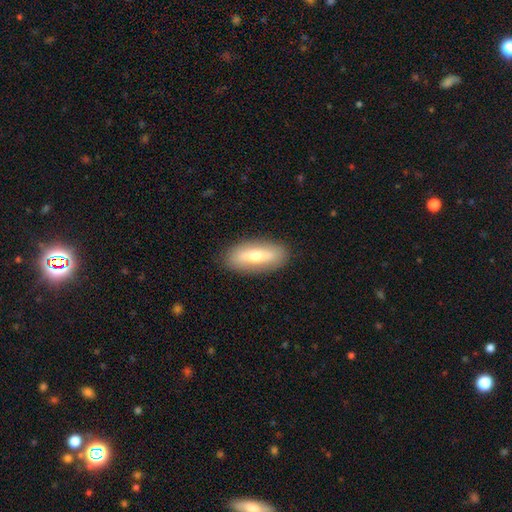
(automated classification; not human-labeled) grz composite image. It shows a smooth galaxy with no disk features (57%) that is in between round and cigar-shaped (73%). Merging: none (87%).